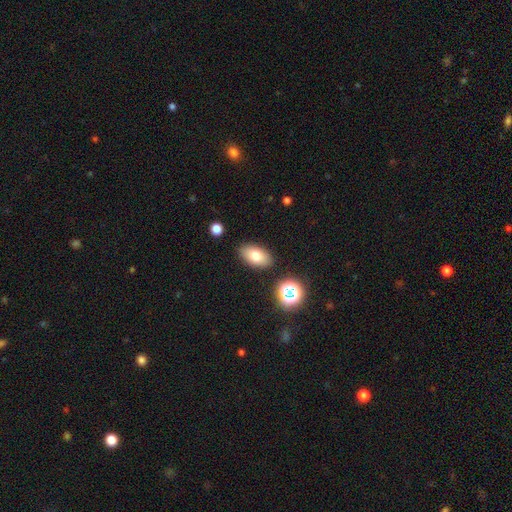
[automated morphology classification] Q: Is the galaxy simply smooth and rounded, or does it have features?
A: smooth — 76%.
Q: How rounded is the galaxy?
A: in between — 91%.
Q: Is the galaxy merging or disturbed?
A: none — 86%.